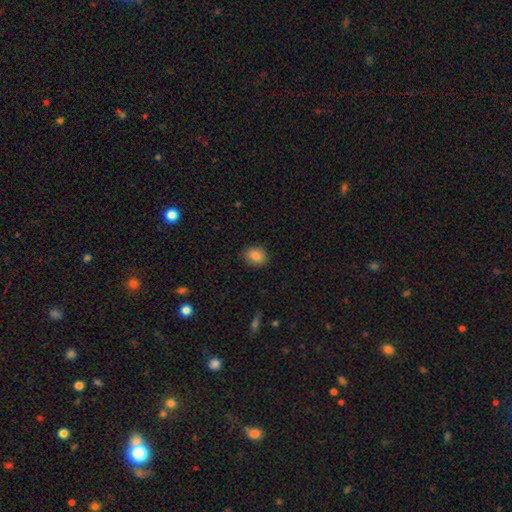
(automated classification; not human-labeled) Smooth or featured: smooth — 85% (star or artifact — 9%)
How rounded: round — 51% (in between — 48%)
Merging: none — 86% (minor disturbance — 11%)